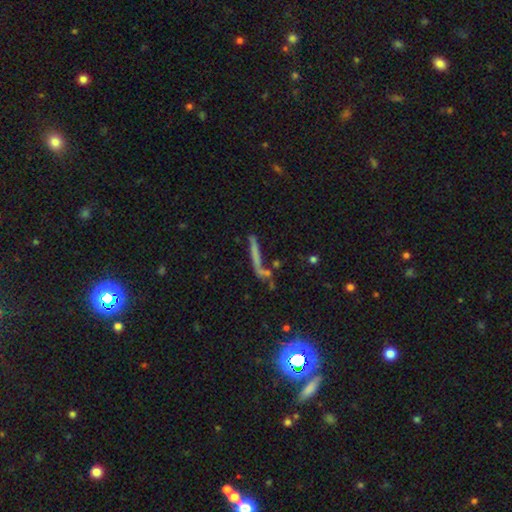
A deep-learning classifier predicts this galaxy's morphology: This appears to be a smooth galaxy with no disk features (49%). Merging: none (54%).